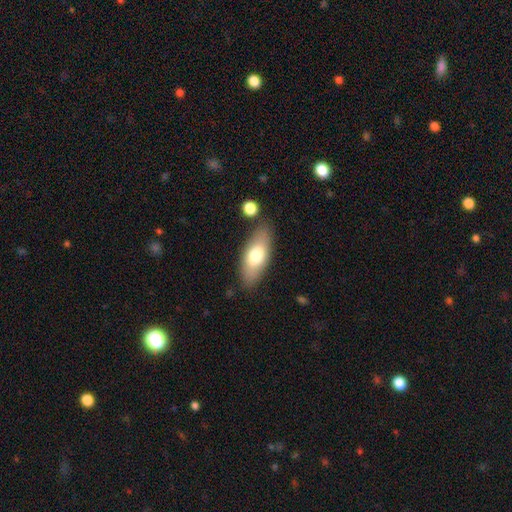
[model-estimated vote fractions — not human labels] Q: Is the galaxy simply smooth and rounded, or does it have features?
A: smooth — 72%.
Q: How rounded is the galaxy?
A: in between — 81%.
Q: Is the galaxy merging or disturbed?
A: none — 79%.